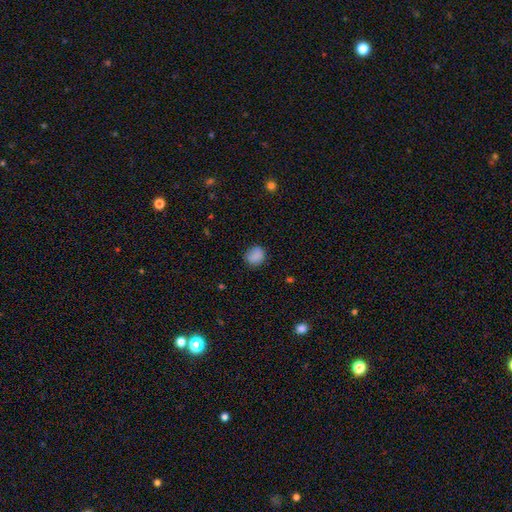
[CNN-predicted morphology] smooth 84%, star or artifact 10%, featured or disk 6%. Down the decision tree: how rounded — round (65%); merging — none (75%).